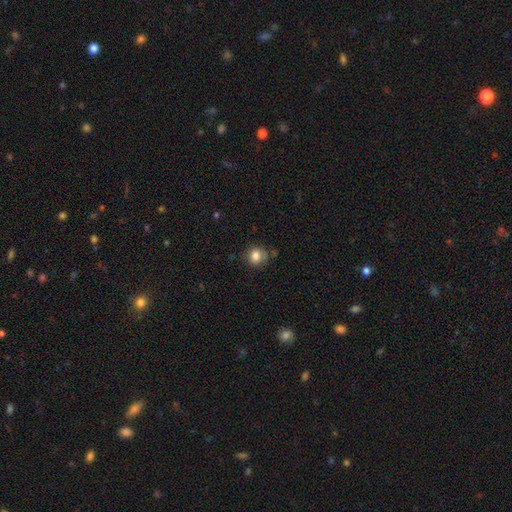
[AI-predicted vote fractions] This is clearly a smooth galaxy (83%). How rounded: clearly round (82%). Merging: likely none (76%).